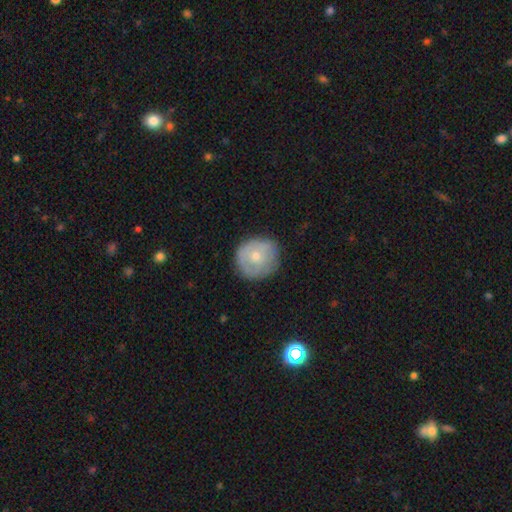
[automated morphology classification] smooth 56%, featured or disk 38%, star or artifact 6%. Down the decision tree: how rounded — round (88%); merging — none (76%).